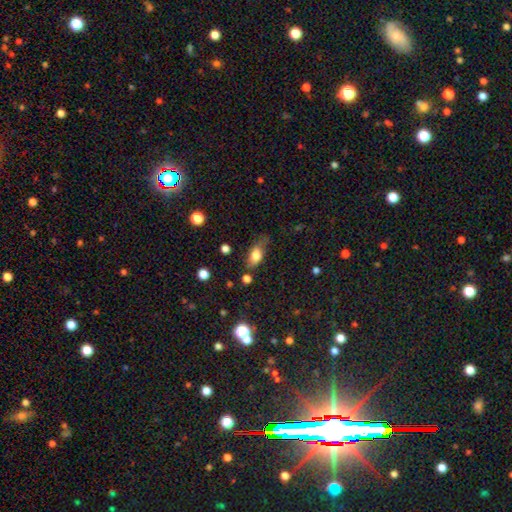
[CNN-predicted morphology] type=smooth (76%); roundness=in between (82%); merging=none (60%).